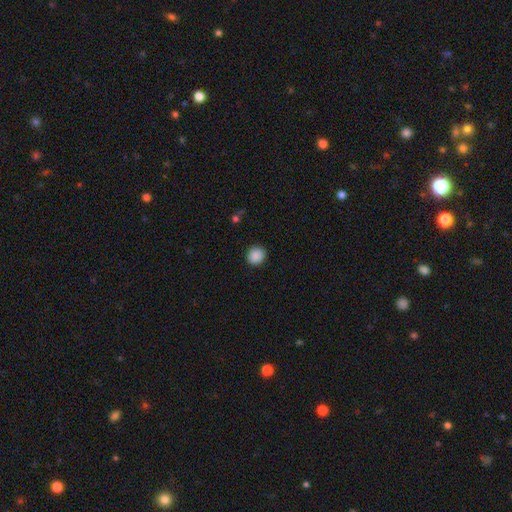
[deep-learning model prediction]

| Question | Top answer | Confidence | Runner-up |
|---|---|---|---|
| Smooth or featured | smooth | 89% | star or artifact (9%) |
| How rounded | round | 89% | in between (10%) |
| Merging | none | 91% | minor disturbance (6%) |